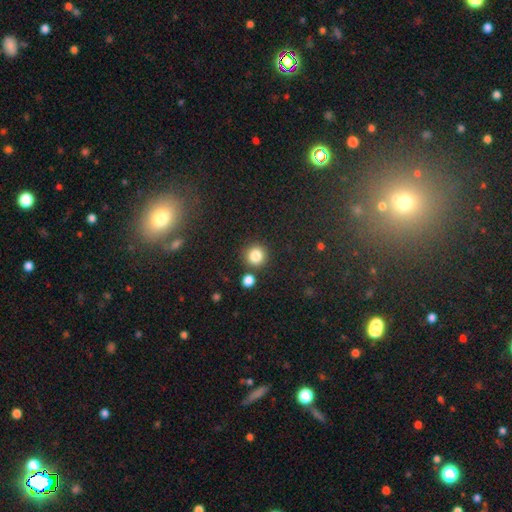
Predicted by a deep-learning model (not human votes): Overall: smooth (83%). How rounded: round (93%). Merging: none (83%).